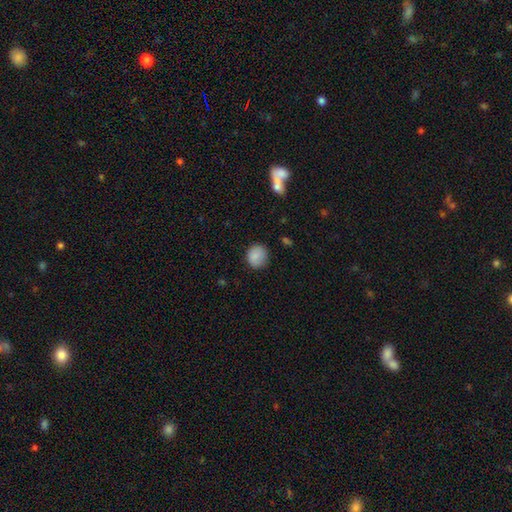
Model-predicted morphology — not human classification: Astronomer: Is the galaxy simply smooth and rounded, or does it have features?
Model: smooth — 86%.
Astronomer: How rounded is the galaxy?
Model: round — 82%.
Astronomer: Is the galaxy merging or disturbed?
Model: none — 80%.